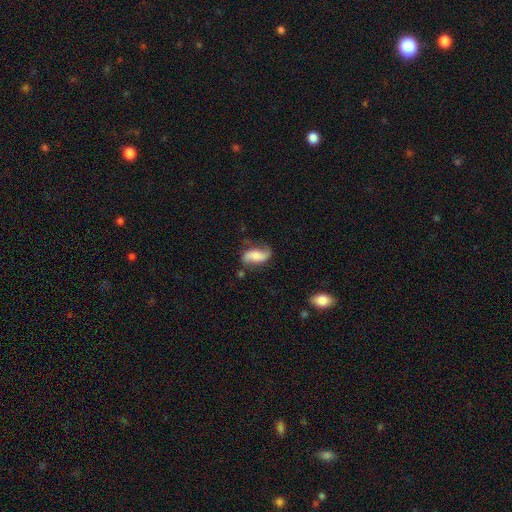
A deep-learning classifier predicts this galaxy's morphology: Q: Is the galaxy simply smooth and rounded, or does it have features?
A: featured or disk — 54%.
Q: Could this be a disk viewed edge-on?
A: no — 93%.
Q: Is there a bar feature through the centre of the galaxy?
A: no — 53%.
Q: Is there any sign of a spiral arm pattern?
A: yes — 89%.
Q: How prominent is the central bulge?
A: moderate — 30%.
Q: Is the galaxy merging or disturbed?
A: none — 60%.